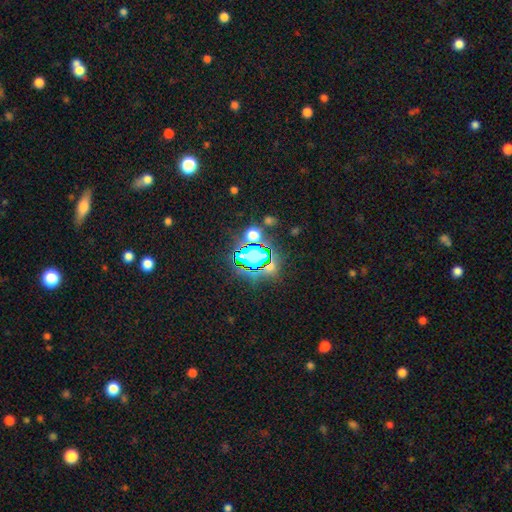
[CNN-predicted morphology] This appears to be a star or artifact, not a galaxy (60%).